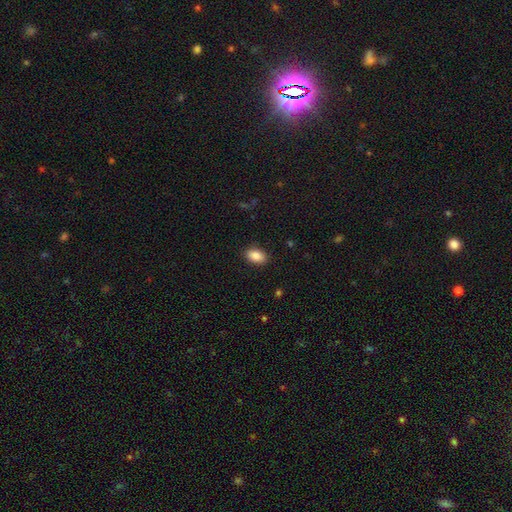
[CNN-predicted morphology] This appears to be a smooth galaxy with no disk features (87%) that is in between round and cigar-shaped (89%). Merging: none (88%).